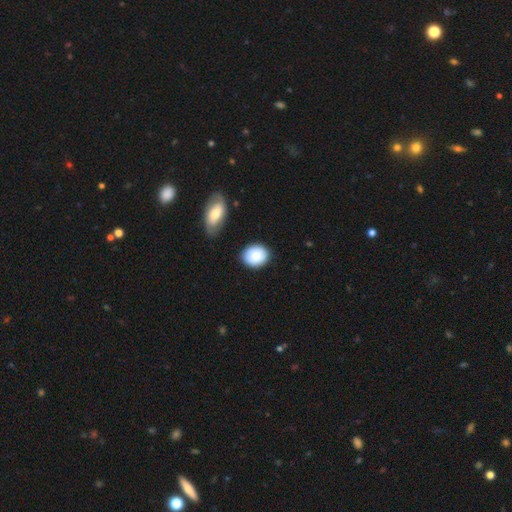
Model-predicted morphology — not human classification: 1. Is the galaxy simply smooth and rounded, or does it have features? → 86% smooth, 8% featured or disk, 7% star or artifact.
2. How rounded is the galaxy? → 54% round, 45% in between, 1% cigar-shaped.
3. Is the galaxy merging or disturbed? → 82% none, 12% minor disturbance, 4% merger, 3% major disturbance.